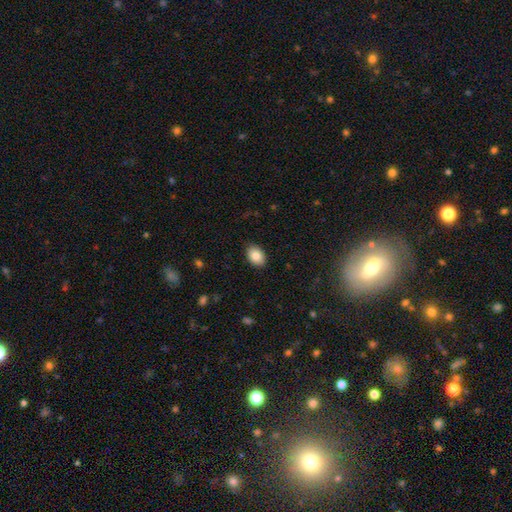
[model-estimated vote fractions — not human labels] Smooth or featured? Predicted: smooth (p=0.86). How rounded? Predicted: in between (p=0.82). Merging? Predicted: none (p=0.89).